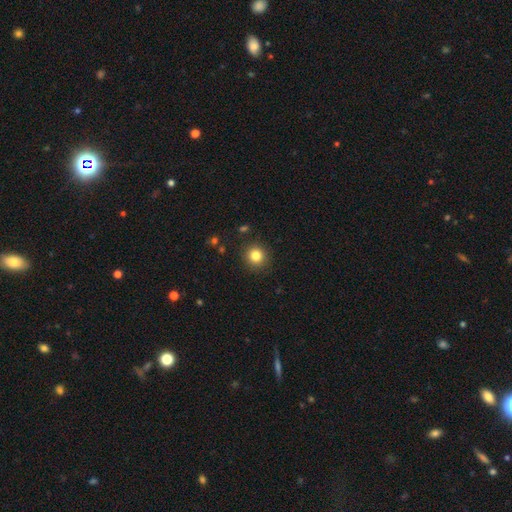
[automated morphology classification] This is clearly a smooth galaxy (84%). How rounded: clearly round (93%). Merging: clearly none (90%).